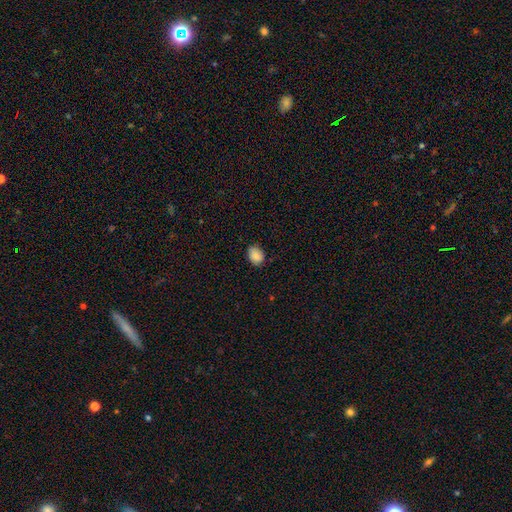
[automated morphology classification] smooth 87%, star or artifact 8%, featured or disk 5%. Down the decision tree: how rounded — in between (65%); merging — none (76%).